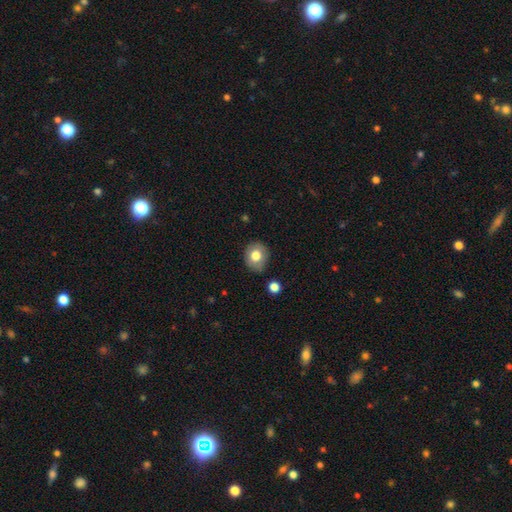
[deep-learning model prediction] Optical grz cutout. It shows a smooth galaxy with no disk features (76%) that is round (65%). Merging: none (81%).